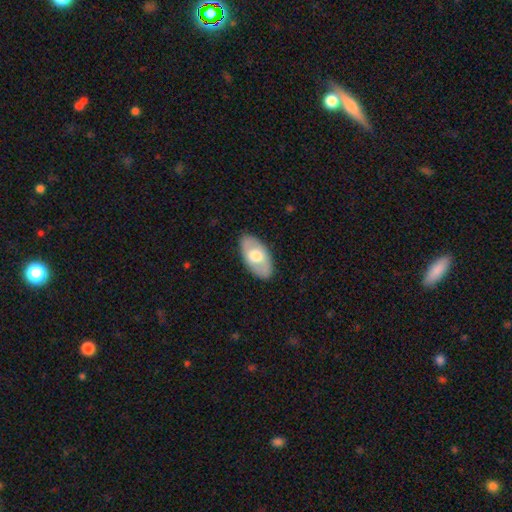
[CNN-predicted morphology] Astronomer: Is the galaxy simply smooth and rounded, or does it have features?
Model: smooth — 54% (runner-up: featured or disk, 41%).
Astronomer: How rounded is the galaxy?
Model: in between — 93%.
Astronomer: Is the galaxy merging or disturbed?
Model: none — 84%.